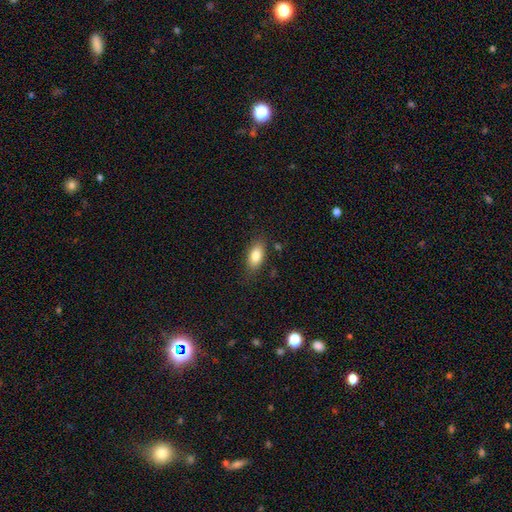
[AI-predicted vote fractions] Morphology: type=smooth (81%); roundness=in between (88%); merging=none (82%).